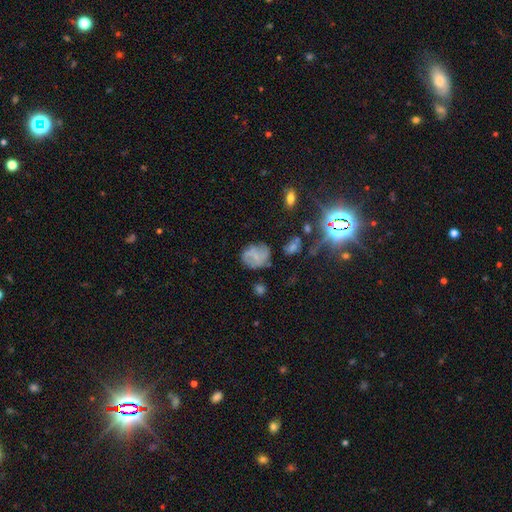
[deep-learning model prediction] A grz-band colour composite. It shows a smooth galaxy with no disk features (53%) that is round (60%). Merging: none (62%).